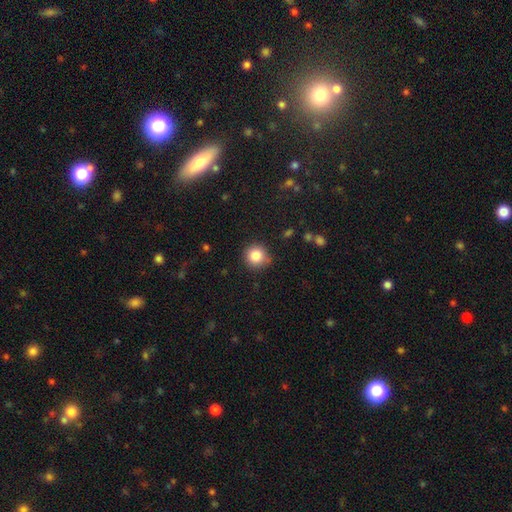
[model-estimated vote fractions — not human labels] smooth-or-featured: smooth: 84% | star or artifact: 10% | featured or disk: 5%
  how-rounded: round: 93% | in between: 6% | cigar-shaped: 1%
  merging: none: 84% | minor disturbance: 12% | major disturbance: 3% | merger: 2%